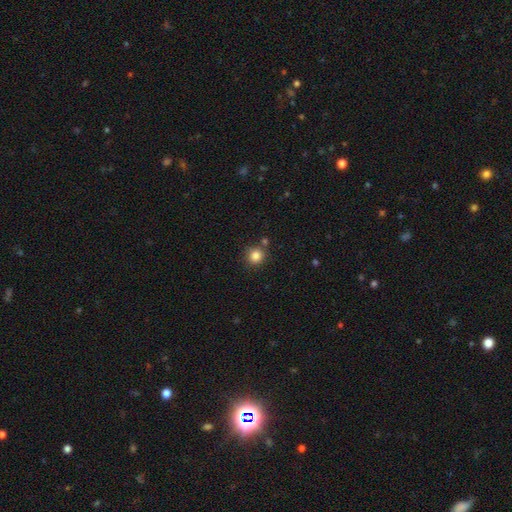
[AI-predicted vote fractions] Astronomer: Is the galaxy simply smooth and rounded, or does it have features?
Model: smooth — 84%.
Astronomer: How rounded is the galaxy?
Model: round — 91%.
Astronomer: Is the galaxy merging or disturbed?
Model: none — 80%.